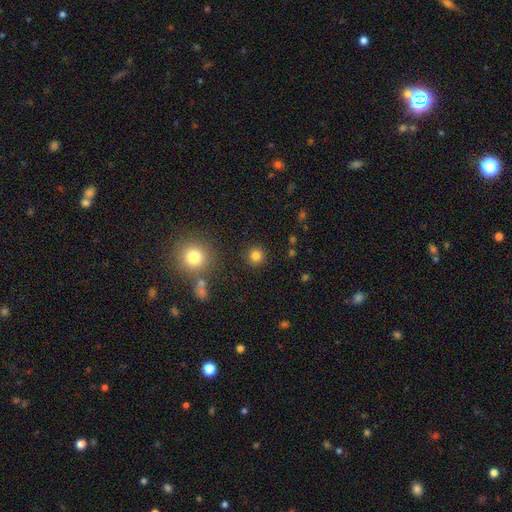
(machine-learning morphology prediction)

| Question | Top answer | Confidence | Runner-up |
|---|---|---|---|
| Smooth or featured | smooth | 81% | star or artifact (14%) |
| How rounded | round | 93% | in between (6%) |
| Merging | none | 89% | minor disturbance (6%) |